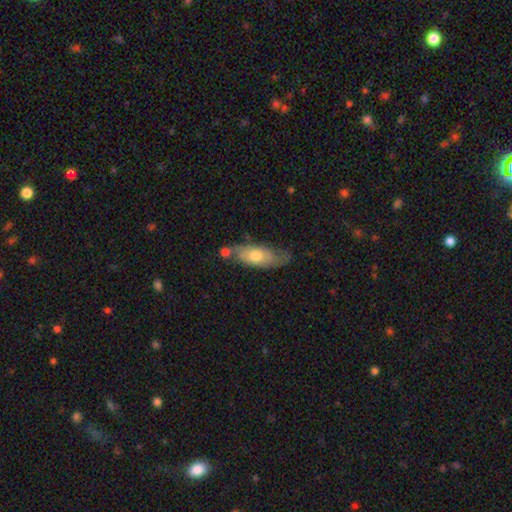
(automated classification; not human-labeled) smooth-or-featured: smooth: 52% | featured or disk: 42% | star or artifact: 6%
  how-rounded: in between: 73% | cigar-shaped: 23% | round: 4%
  merging: none: 49% | minor disturbance: 26% | merger: 15% | major disturbance: 9%